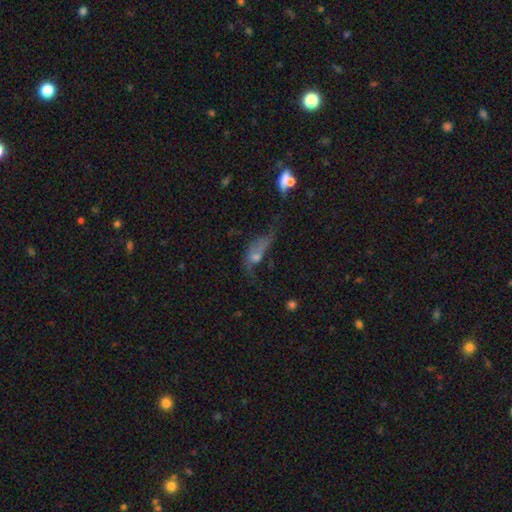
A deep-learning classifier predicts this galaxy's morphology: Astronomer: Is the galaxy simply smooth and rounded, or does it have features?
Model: featured or disk — 41% (runner-up: smooth, 37%).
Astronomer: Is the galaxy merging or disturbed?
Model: major disturbance — 41% (runner-up: none, 25%).